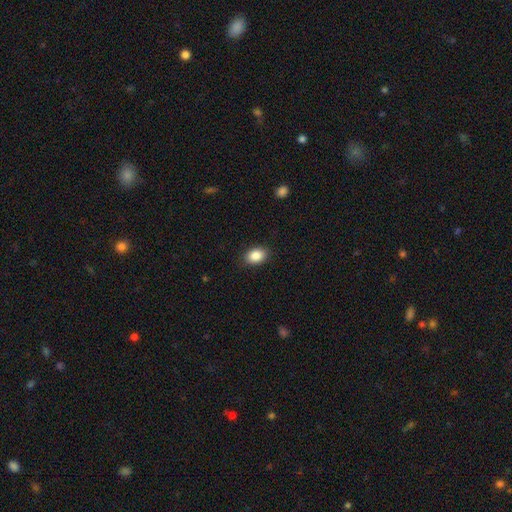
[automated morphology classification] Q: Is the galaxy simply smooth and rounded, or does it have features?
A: smooth — 87%.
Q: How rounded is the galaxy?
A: in between — 81%.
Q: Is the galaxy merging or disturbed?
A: none — 87%.